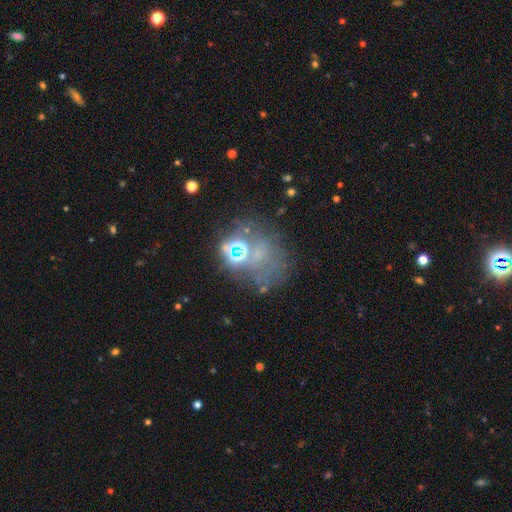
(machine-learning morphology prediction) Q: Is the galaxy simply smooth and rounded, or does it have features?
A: star or artifact — 36%.